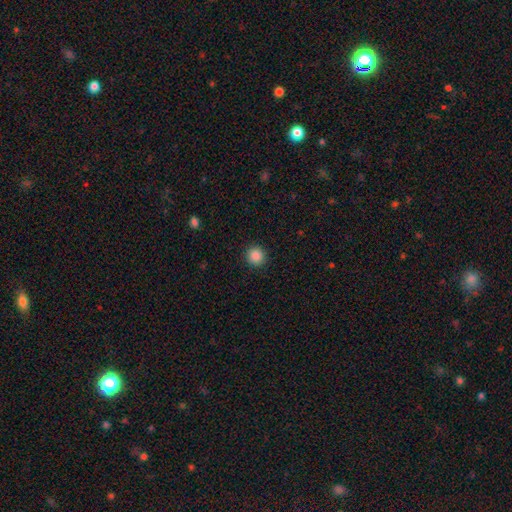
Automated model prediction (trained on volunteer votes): Smooth or featured? smooth (88%)
How rounded? round (95%)
Merging? none (92%)